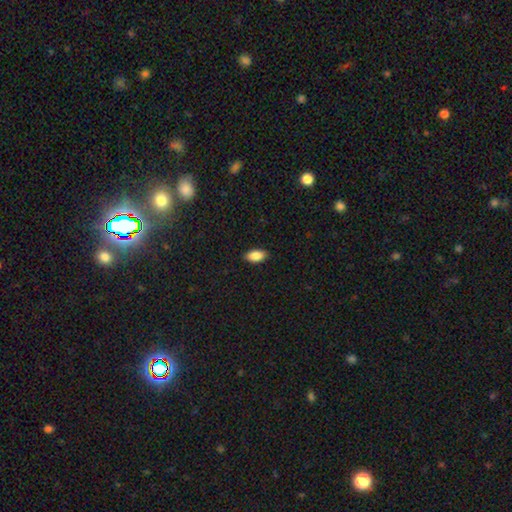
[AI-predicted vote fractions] Overall: smooth (87%). How rounded: in between (93%). Merging: none (89%).